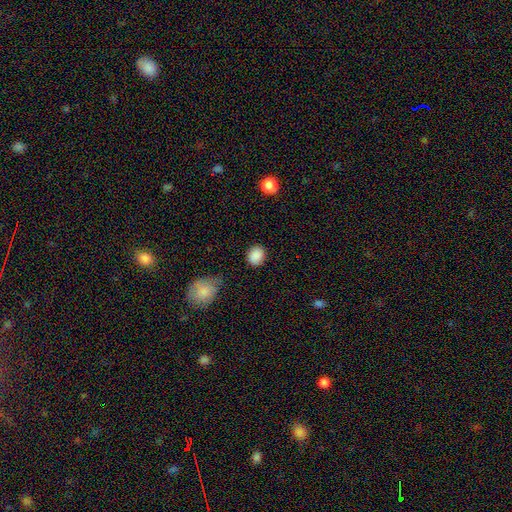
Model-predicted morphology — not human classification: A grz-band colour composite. It shows a smooth galaxy with no disk features (88%) that is round (56%). Merging: none (81%).